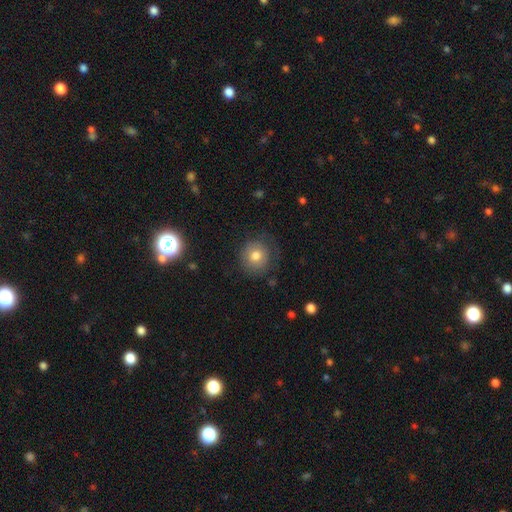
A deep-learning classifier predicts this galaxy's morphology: smooth_or_featured: smooth (p=0.75) [alt: featured or disk p=0.15]
how_rounded: round (p=0.90) [alt: in between p=0.09]
merging: none (p=0.76) [alt: minor disturbance p=0.16]